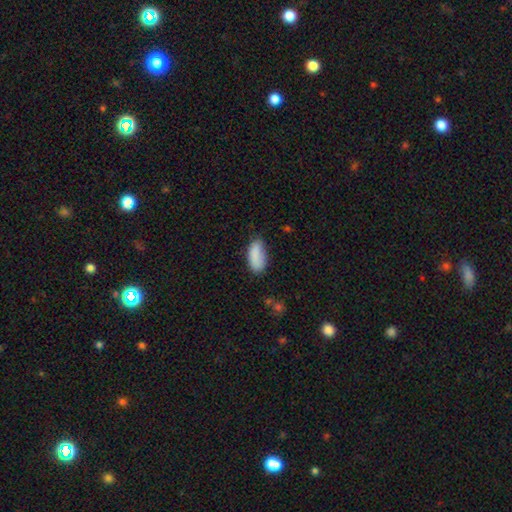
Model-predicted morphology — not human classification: Smooth or featured?
  - smooth: 87% *
  - star or artifact: 7%
  - featured or disk: 6%
How rounded?
  - in between: 91% *
  - cigar-shaped: 7%
  - round: 2%
Merging?
  - none: 63% *
  - minor disturbance: 28%
  - major disturbance: 6%
  - merger: 3%